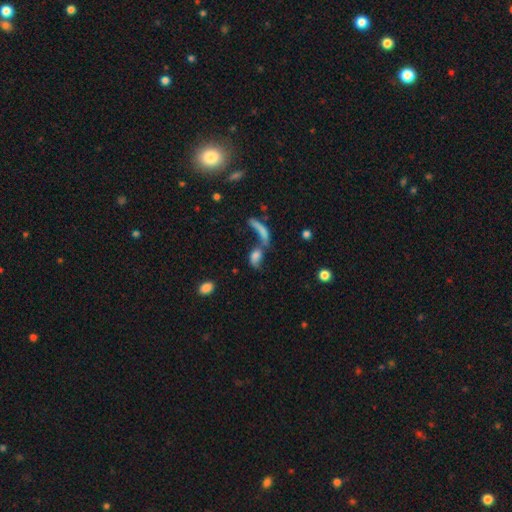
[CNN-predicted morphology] Q: Smooth or featured?
A: smooth (54%); runner-up: featured or disk (32%)
Q: How rounded?
A: in between (71%); runner-up: cigar-shaped (17%)
Q: Merging?
A: merger (56%); runner-up: none (21%)